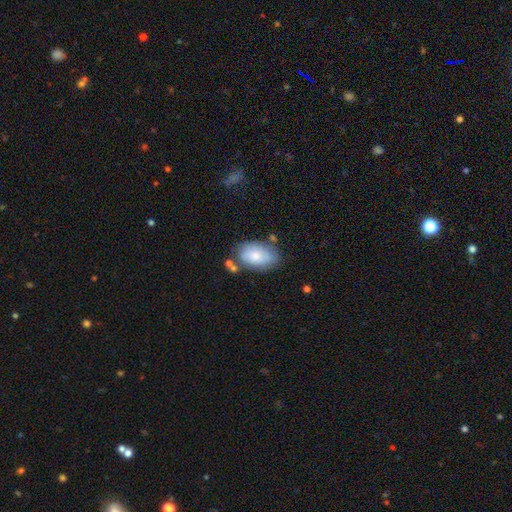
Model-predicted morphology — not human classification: smooth-or-featured: smooth: 77% | featured or disk: 16% | star or artifact: 6%
  how-rounded: in between: 93% | round: 6% | cigar-shaped: 1%
  merging: none: 67% | minor disturbance: 21% | merger: 7% | major disturbance: 6%